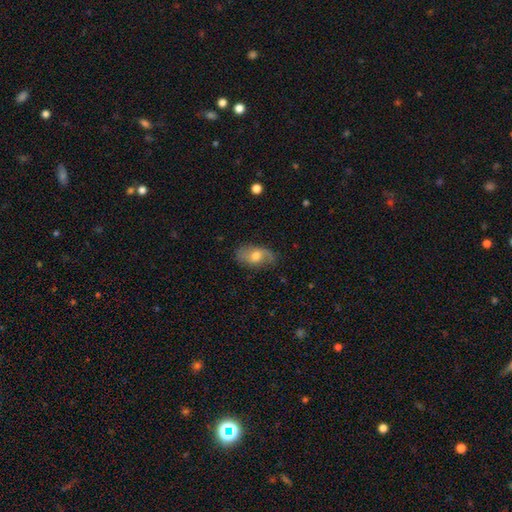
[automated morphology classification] This appears to be a smooth galaxy with no disk features (51%) that is in between round and cigar-shaped (89%). Merging: none (69%).